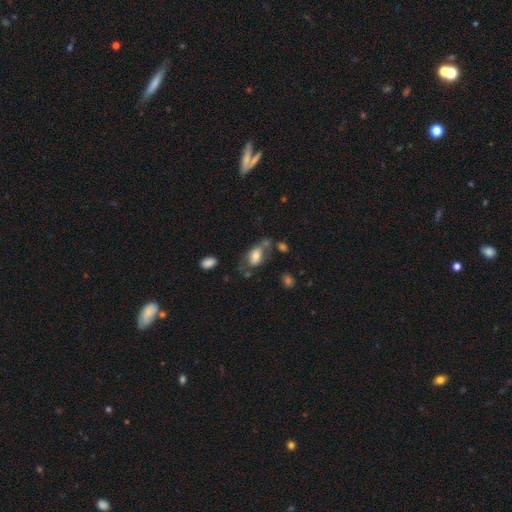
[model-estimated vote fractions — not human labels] This is likely a smooth galaxy (66%). How rounded: clearly in between (87%). Merging: marginally none (37%).